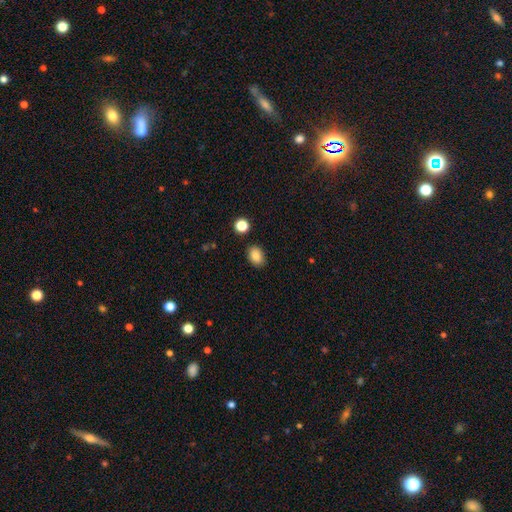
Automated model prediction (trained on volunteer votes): Smooth or featured: smooth — 85% (star or artifact — 9%)
How rounded: in between — 76% (round — 23%)
Merging: none — 85% (minor disturbance — 10%)